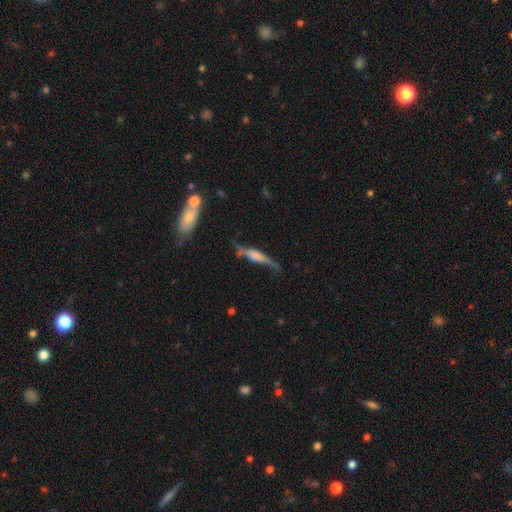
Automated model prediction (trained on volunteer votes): This is possibly a featured or disk galaxy (56%). It is clearly viewed edge-on (87%). Merging: possibly none (54%).